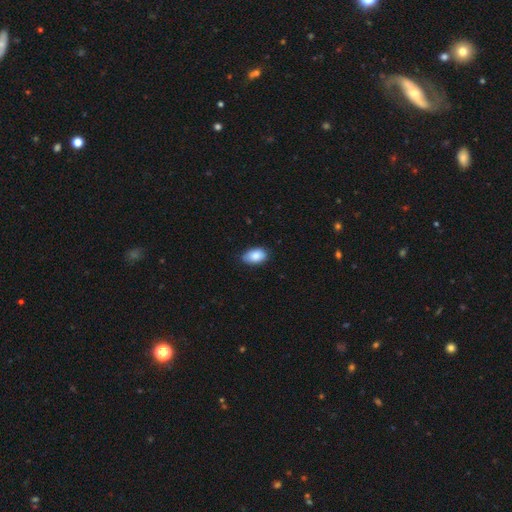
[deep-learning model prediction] Morphology: type=smooth (88%); roundness=in between (93%); merging=none (81%).